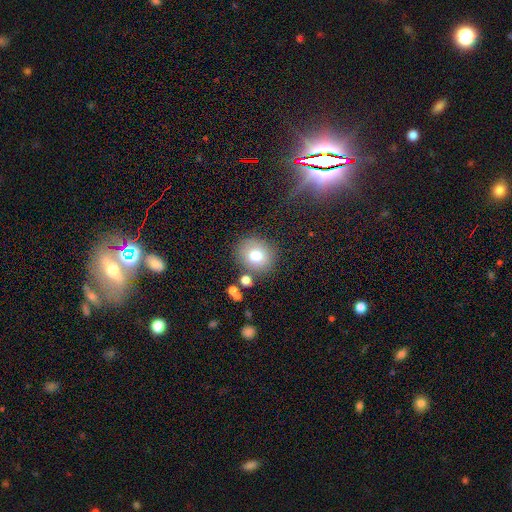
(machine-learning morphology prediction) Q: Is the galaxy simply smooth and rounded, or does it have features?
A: smooth — 76%.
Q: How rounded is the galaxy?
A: round — 83%.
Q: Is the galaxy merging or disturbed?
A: none — 80%.